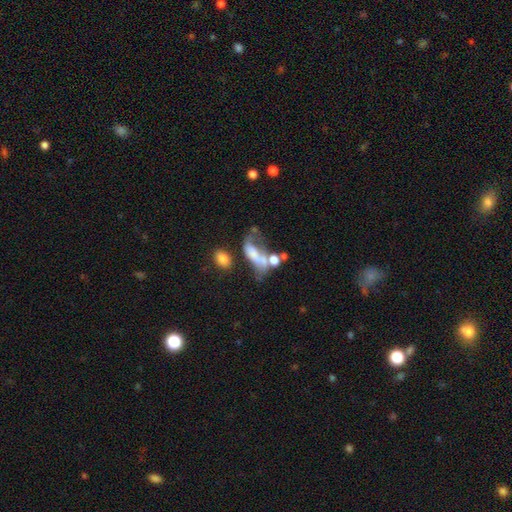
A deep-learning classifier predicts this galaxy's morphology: Smooth or featured?
  - smooth: 44% *
  - featured or disk: 41%
  - star or artifact: 15%
Merging?
  - major disturbance: 37% *
  - merger: 33%
  - none: 16%
  - minor disturbance: 14%